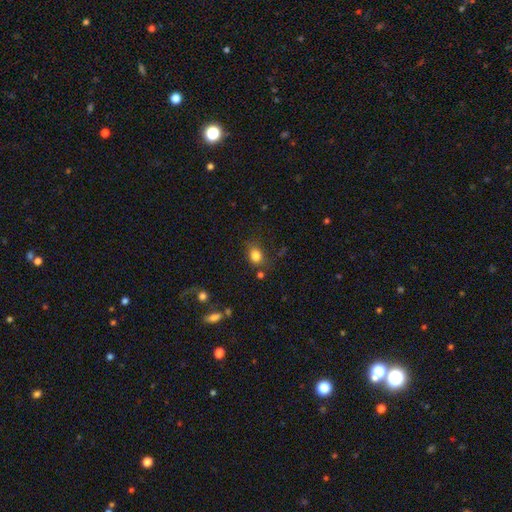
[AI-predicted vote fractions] A smooth galaxy with no disk features (82%) that is in between round and cigar-shaped (52%).

Vote fractions:
- Smooth or featured? smooth: 82% / star or artifact: 11% / featured or disk: 7%
- How rounded? in between: 52% / round: 46% / cigar-shaped: 1%
- Merging? none: 69% / minor disturbance: 19% / major disturbance: 7% / merger: 5%